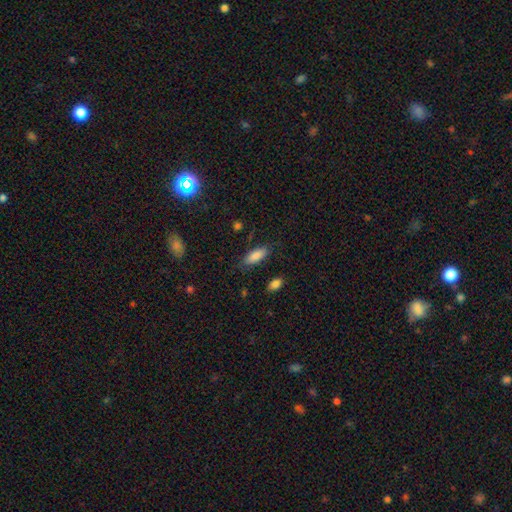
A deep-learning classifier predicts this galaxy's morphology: type=smooth (84%); roundness=in between (75%); merging=none (78%).